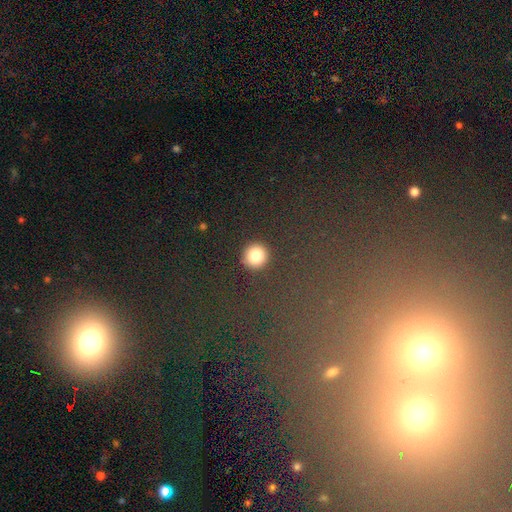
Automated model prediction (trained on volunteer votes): The model was most divided on "smooth or featured": smooth: 82%, star or artifact: 12%, featured or disk: 6%. More confident: how rounded — round (93%); merging — none (90%).